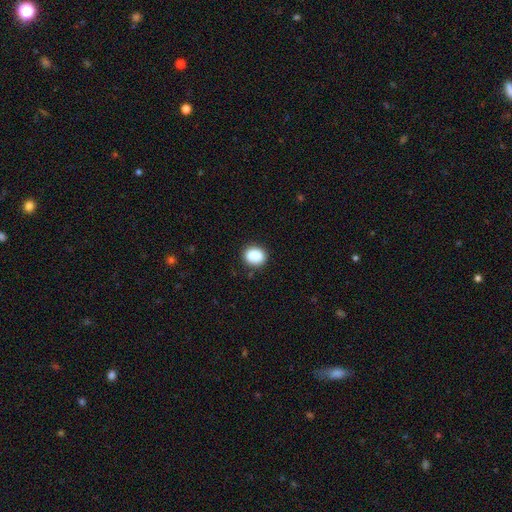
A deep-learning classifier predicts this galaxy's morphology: Overall: smooth (86%). How rounded: round (53%; in between 46%). Merging: none (86%).